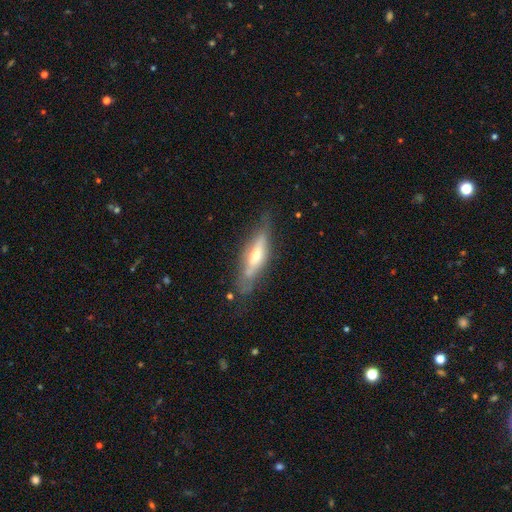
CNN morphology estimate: Overall: featured or disk (61%; smooth 33%). Edge-on disk: yes (78%). Merging: none (70%).